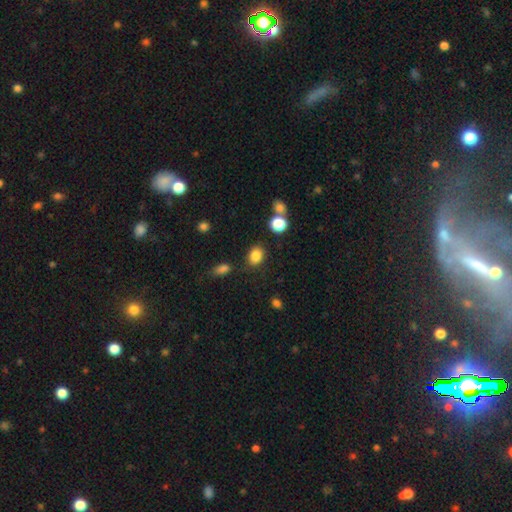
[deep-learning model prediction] Q: Smooth or featured?
A: smooth (85%); runner-up: star or artifact (11%)
Q: How rounded?
A: in between (56%); runner-up: round (43%)
Q: Merging?
A: none (79%); runner-up: minor disturbance (13%)